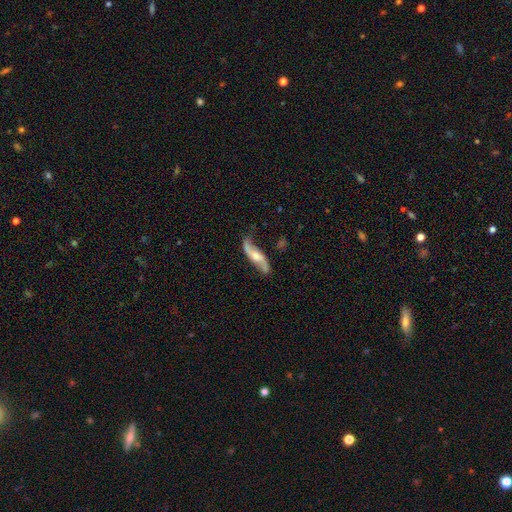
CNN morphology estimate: A featured or disk galaxy (78%) with no bar (53%), 2 (92%) loose (82%) spiral arms (92%) and a moderate central bulge (57%).

Vote fractions:
- Smooth or featured? featured or disk: 78% / smooth: 17% / star or artifact: 5%
- Edge-on disk? no: 82% / yes: 18%
- Bar? no: 53% / weak: 33% / strong: 15%
- Spiral arms? yes: 92% / no: 8%
- Spiral winding? loose: 82% / medium: 13% / tight: 5%
- Spiral arm count? 2: 92% / can't tell: 3% / 1: 2% / 3: 1% / 4: 1% / more than 4: 1%
- Bulge size? moderate: 57% / small: 33% / large: 5% / none: 4% / dominant: 1%
- Merging? none: 70% / minor disturbance: 20% / major disturbance: 7% / merger: 3%